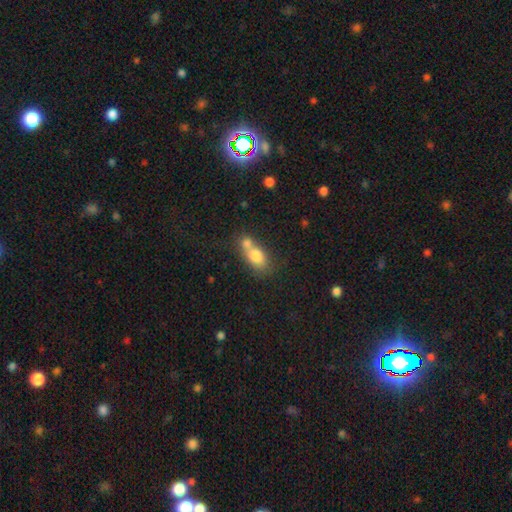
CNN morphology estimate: A smooth galaxy with no disk features (75%) that is in between round and cigar-shaped (74%).

Vote fractions:
- Smooth or featured? smooth: 75% / featured or disk: 16% / star or artifact: 9%
- How rounded? in between: 74% / round: 20% / cigar-shaped: 5%
- Merging? merger: 59% / none: 27% / minor disturbance: 9% / major disturbance: 4%